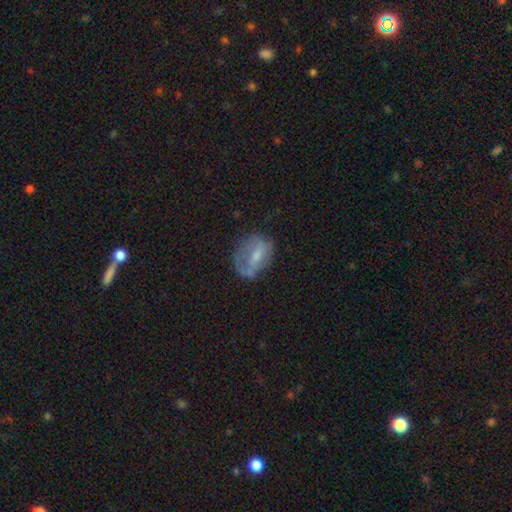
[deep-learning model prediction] featured or disk 47%, smooth 44%, star or artifact 9%. Down the decision tree: merging — none (47%).